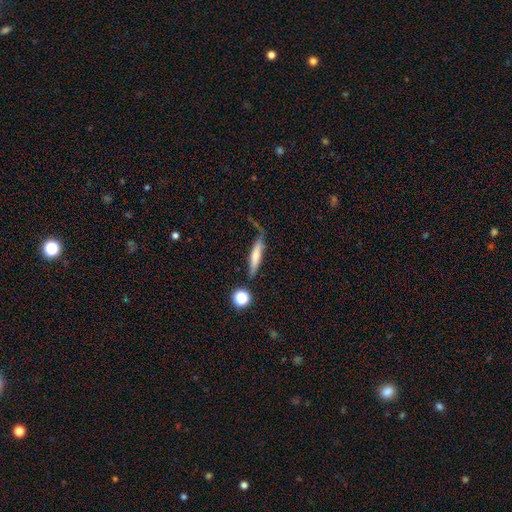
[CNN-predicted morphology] smooth-or-featured: smooth: 64% | featured or disk: 27% | star or artifact: 8%
  how-rounded: cigar-shaped: 83% | in between: 14% | round: 2%
  merging: none: 57% | minor disturbance: 24% | major disturbance: 12% | merger: 7%